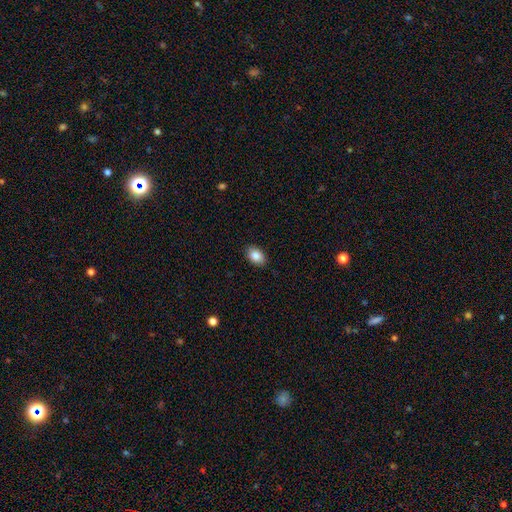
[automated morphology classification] A smooth galaxy with no disk features (85%) that is in between round and cigar-shaped (85%).

Vote fractions:
- Smooth or featured? smooth: 85% / star or artifact: 8% / featured or disk: 7%
- How rounded? in between: 85% / round: 14% / cigar-shaped: 1%
- Merging? none: 89% / minor disturbance: 8% / major disturbance: 2% / merger: 1%